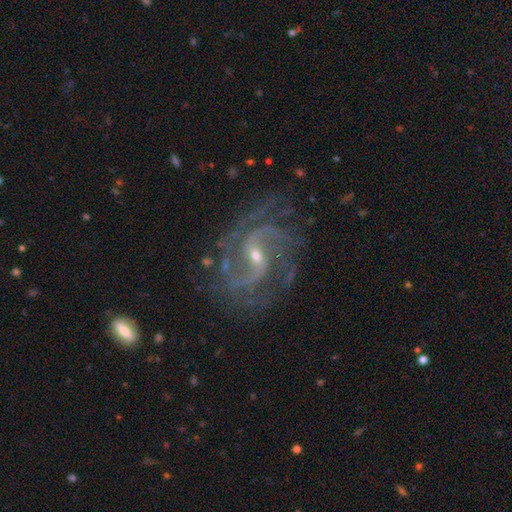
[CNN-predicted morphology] Smooth or featured?
  - featured or disk: 91% *
  - star or artifact: 6%
  - smooth: 3%
Edge-on disk?
  - no: 98% *
  - yes: 2%
Bar?
  - weak: 48% *
  - no: 27%
  - strong: 25%
Spiral arms?
  - yes: 98% *
  - no: 2%
Spiral winding?
  - medium: 55% *
  - tight: 31%
  - loose: 15%
Spiral arm count?
  - 2: 58% *
  - 3: 15%
  - can't tell: 9%
  - 4: 7%
  - more than 4: 5%
  - 1: 5%
Bulge size?
  - small: 68% *
  - moderate: 28%
  - none: 2%
  - large: 1%
  - dominant: 1%
Merging?
  - none: 76% *
  - minor disturbance: 15%
  - major disturbance: 7%
  - merger: 2%